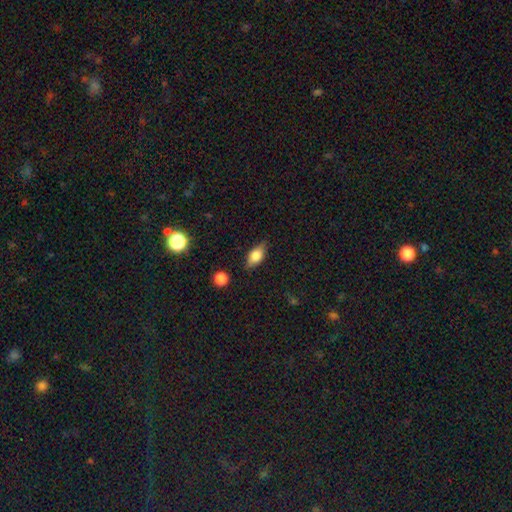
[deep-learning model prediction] Morphology: type=smooth (72%); roundness=in between (84%); merging=none (80%).